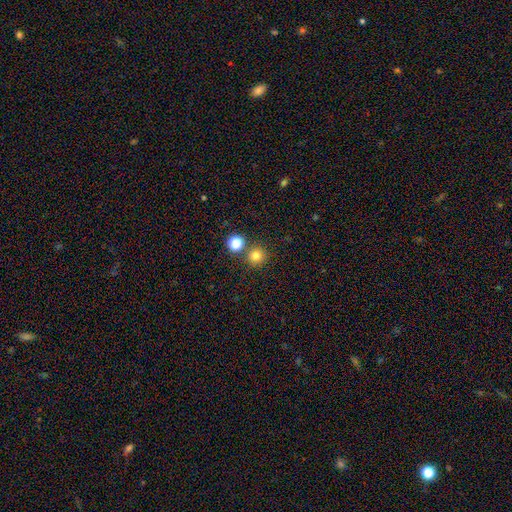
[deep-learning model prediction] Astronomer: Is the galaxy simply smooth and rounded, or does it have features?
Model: smooth — 79%.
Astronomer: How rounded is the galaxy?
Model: round — 94%.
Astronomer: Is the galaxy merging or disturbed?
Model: none — 77%.